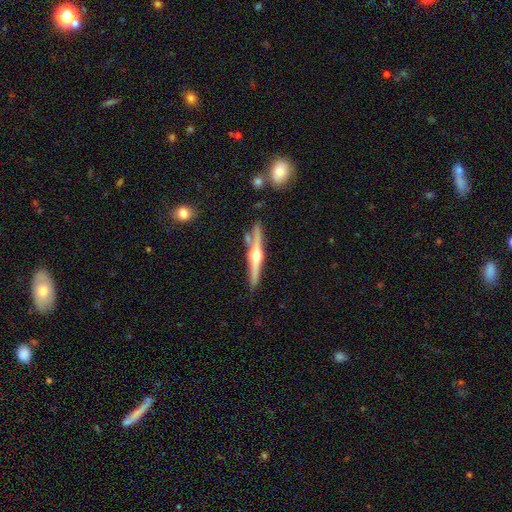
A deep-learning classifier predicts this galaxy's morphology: Smooth or featured? Predicted: featured or disk (p=0.79). Edge-on disk? Predicted: yes (p=0.98). Edge-on bulge? Predicted: rounded (p=0.95). Merging? Predicted: none (p=0.81).